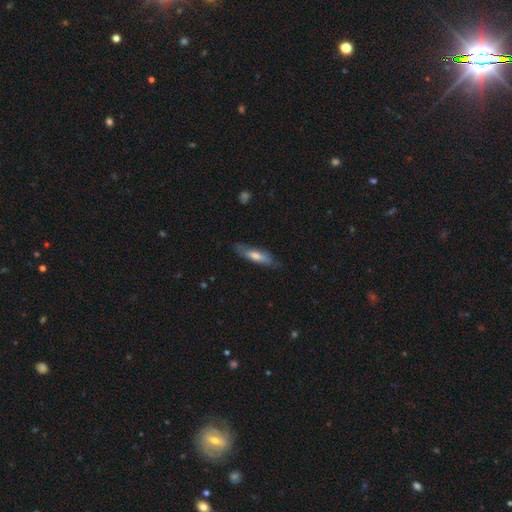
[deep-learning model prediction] Smooth or featured? featured or disk (47%)
Merging? none (80%)